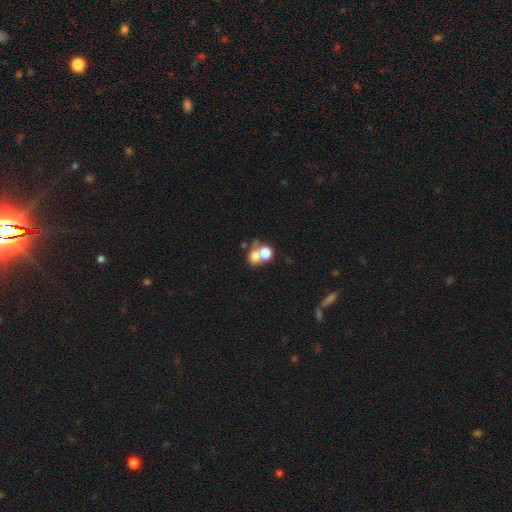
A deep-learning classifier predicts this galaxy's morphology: Smooth or featured? Predicted: smooth (p=0.70). How rounded? Predicted: round (p=0.62). Merging? Predicted: merger (p=0.58).